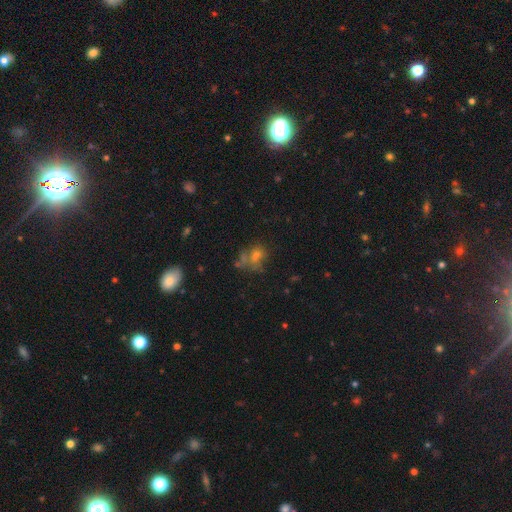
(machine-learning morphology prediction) Smooth or featured? Predicted: smooth (p=0.49). Merging? Predicted: none (p=0.40).